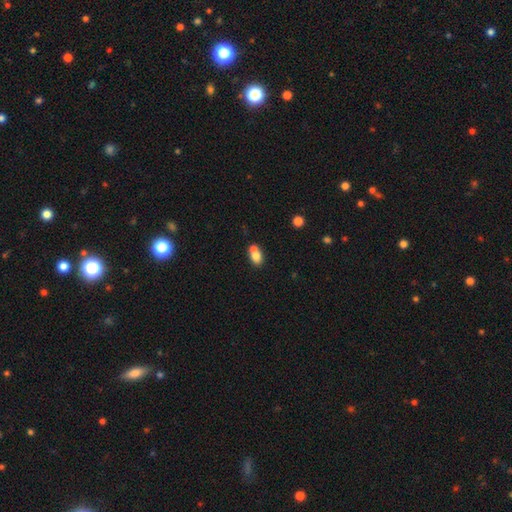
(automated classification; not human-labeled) Q: Smooth or featured?
A: smooth (76%); runner-up: featured or disk (15%)
Q: How rounded?
A: in between (70%); runner-up: round (28%)
Q: Merging?
A: merger (54%); runner-up: none (34%)